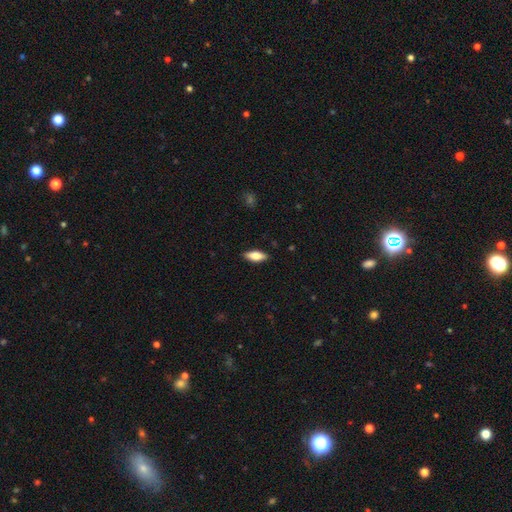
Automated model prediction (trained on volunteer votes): Q: Smooth or featured?
A: smooth (73%); runner-up: featured or disk (21%)
Q: How rounded?
A: in between (74%); runner-up: cigar-shaped (24%)
Q: Merging?
A: none (88%); runner-up: minor disturbance (9%)